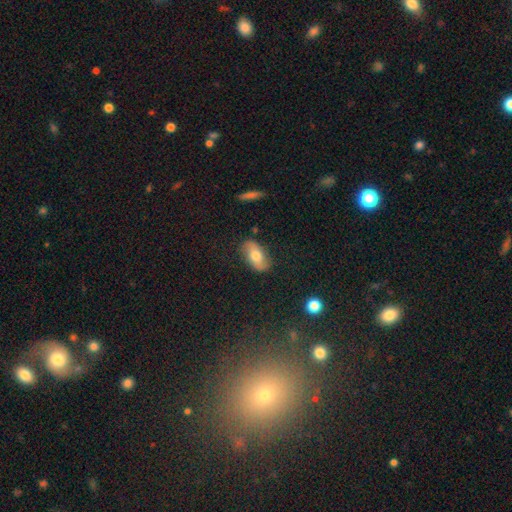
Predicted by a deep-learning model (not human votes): smooth 61%, featured or disk 32%, star or artifact 7%. Down the decision tree: how rounded — in between (91%); merging — none (81%).